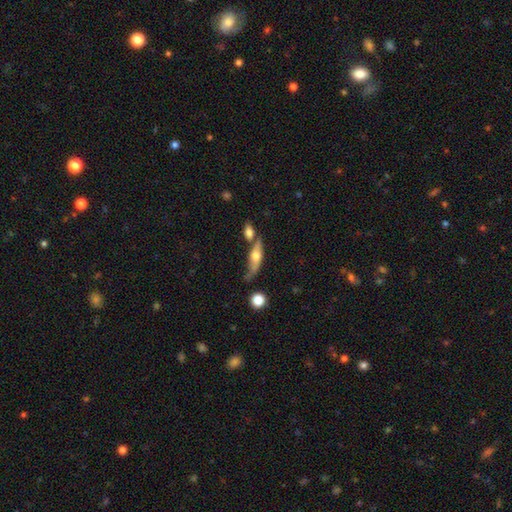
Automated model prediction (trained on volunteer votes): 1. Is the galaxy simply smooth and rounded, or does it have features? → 49% featured or disk, 44% smooth, 7% star or artifact.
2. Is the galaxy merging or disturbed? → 50% none, 21% merger, 20% minor disturbance, 8% major disturbance.